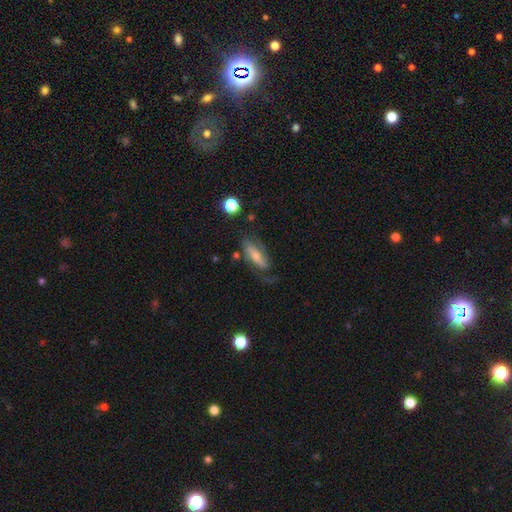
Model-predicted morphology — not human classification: Overall: featured or disk (72%). Edge-on disk: no (85%). Bar: no (40%; weak 33%). Spiral arms: yes (90%). Spiral arm count: 2 (74%). Spiral winding: medium (42%; loose 31%). Bulge size: small (48%; moderate 43%). Merging: none (59%; minor disturbance 21%).